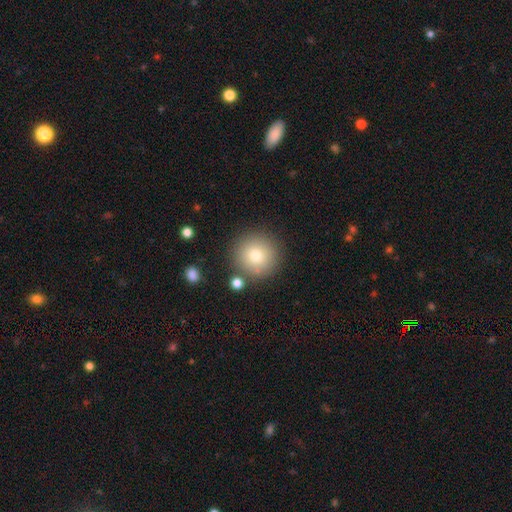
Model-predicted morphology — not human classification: This appears to be a smooth galaxy with no disk features (77%) that is round (96%). Merging: none (85%).